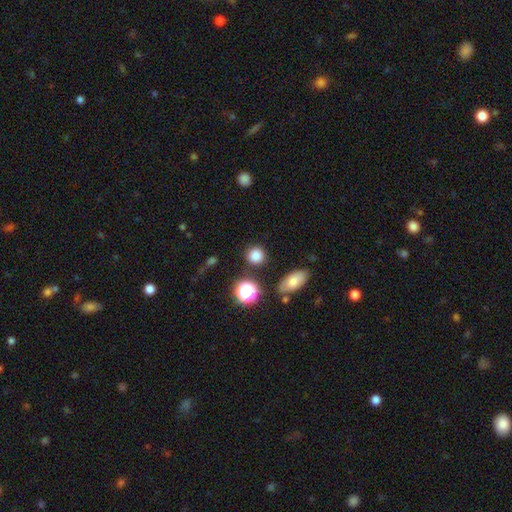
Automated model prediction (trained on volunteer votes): Smooth or featured? Predicted: smooth (p=0.81). How rounded? Predicted: round (p=0.87). Merging? Predicted: none (p=0.85).